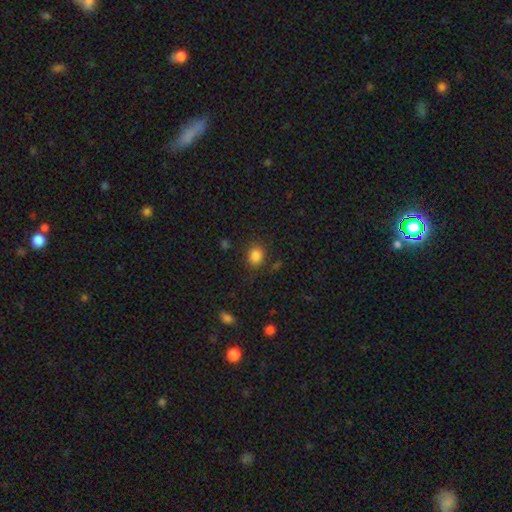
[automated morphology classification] smooth_or_featured: smooth (p=0.84) [alt: star or artifact p=0.11]
how_rounded: round (p=0.64) [alt: in between p=0.36]
merging: none (p=0.82) [alt: minor disturbance p=0.11]